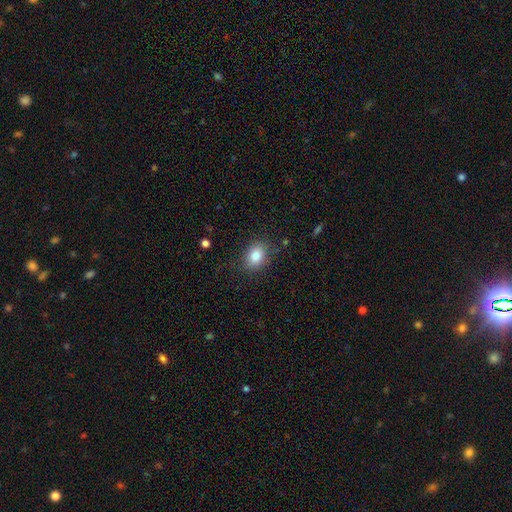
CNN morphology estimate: This appears to be a smooth galaxy with no disk features (84%) that is in between round and cigar-shaped (68%). Merging: none (81%).